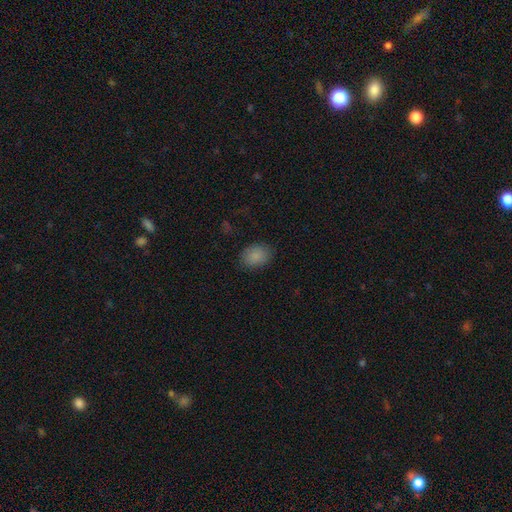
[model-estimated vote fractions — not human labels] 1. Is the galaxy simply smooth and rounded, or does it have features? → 86% smooth, 9% star or artifact, 4% featured or disk.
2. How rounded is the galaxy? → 66% in between, 33% round, 1% cigar-shaped.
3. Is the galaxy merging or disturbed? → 83% none, 13% minor disturbance, 3% major disturbance, 1% merger.